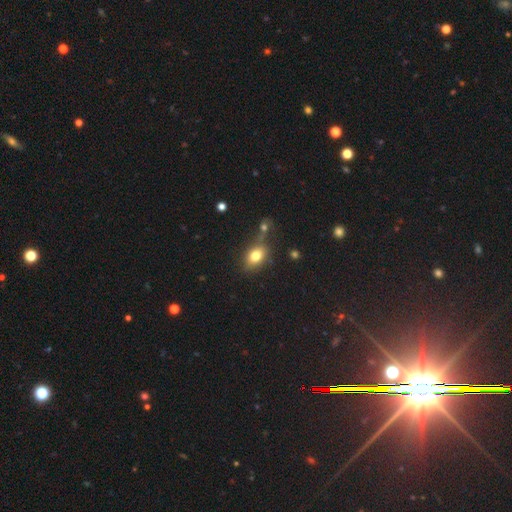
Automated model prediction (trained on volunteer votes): smooth-or-featured: smooth: 77% | featured or disk: 12% | star or artifact: 11%
  how-rounded: in between: 77% | round: 20% | cigar-shaped: 2%
  merging: none: 61% | merger: 18% | minor disturbance: 15% | major disturbance: 6%